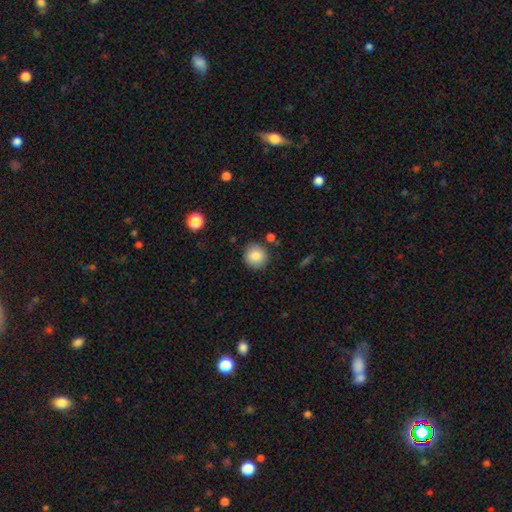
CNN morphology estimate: Q: Smooth or featured?
A: smooth (87%); runner-up: star or artifact (8%)
Q: How rounded?
A: round (92%); runner-up: in between (7%)
Q: Merging?
A: none (86%); runner-up: minor disturbance (8%)